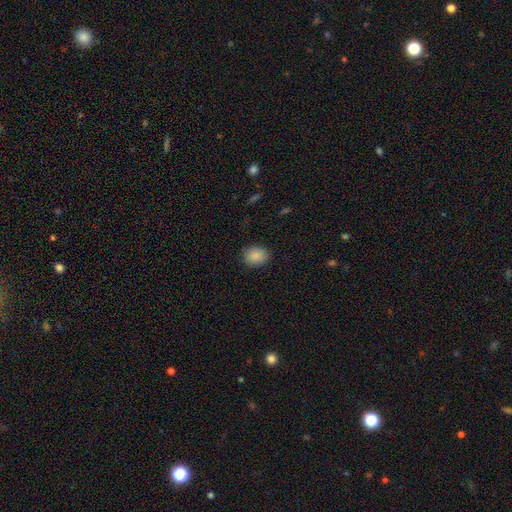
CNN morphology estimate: smooth-or-featured: smooth: 87% | star or artifact: 8% | featured or disk: 4%
  how-rounded: round: 54% | in between: 45% | cigar-shaped: 1%
  merging: none: 87% | minor disturbance: 10% | major disturbance: 3% | merger: 1%